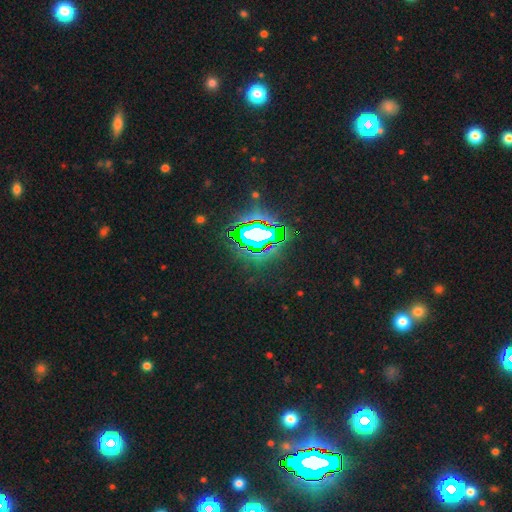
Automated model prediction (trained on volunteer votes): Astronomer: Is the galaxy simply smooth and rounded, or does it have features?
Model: star or artifact — 83%.